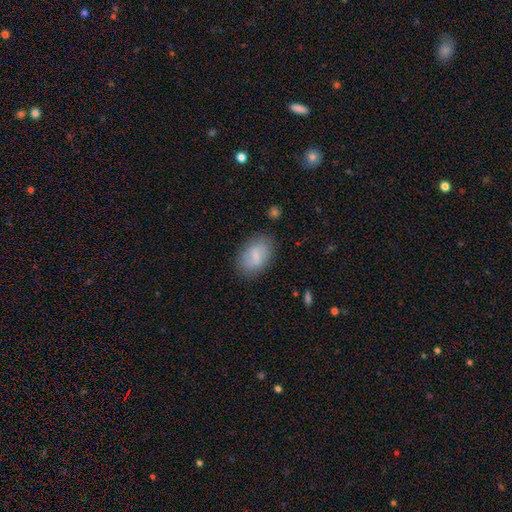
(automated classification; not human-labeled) Morphology: type=smooth (69%); roundness=in between (88%); merging=none (78%).